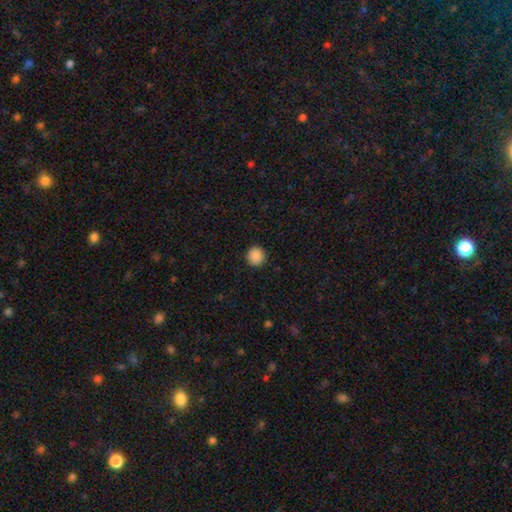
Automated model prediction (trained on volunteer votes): Morphology: type=smooth (89%); roundness=round (94%); merging=none (93%).